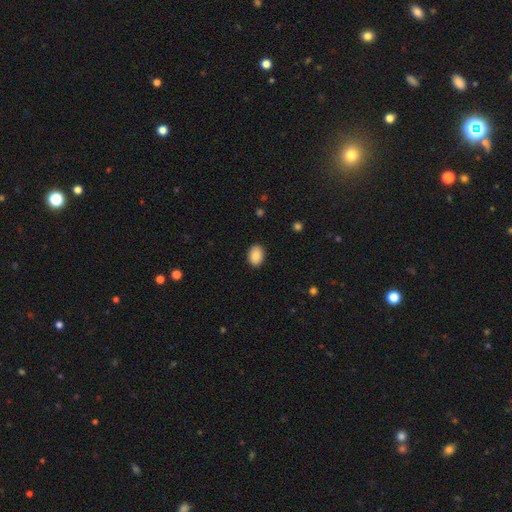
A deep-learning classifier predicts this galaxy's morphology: The model was most divided on "how rounded": in between: 78%, round: 21%, cigar-shaped: 1%. More confident: merging — none (89%); smooth or featured — smooth (88%).